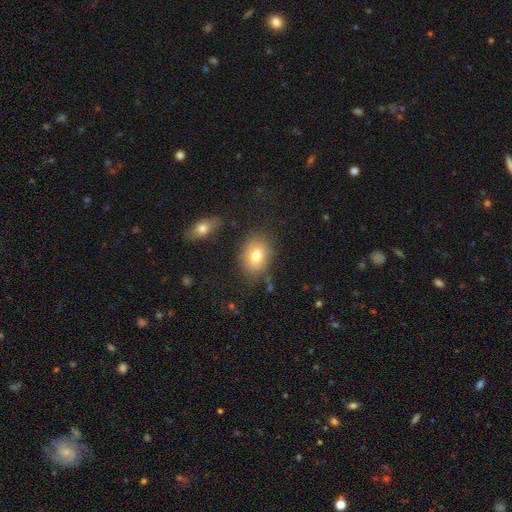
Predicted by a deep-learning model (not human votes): smooth 75%, featured or disk 15%, star or artifact 10%. Down the decision tree: how rounded — in between (69%); merging — none (76%).